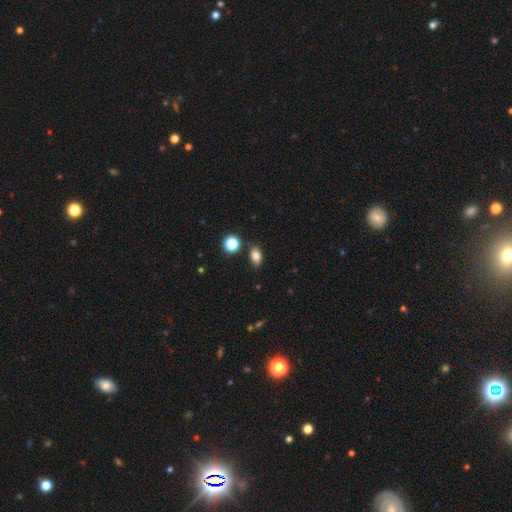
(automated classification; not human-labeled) A smooth galaxy with no disk features (82%) that is in between round and cigar-shaped (83%).

Vote fractions:
- Smooth or featured? smooth: 82% / star or artifact: 12% / featured or disk: 6%
- How rounded? in between: 83% / round: 15% / cigar-shaped: 2%
- Merging? none: 81% / minor disturbance: 11% / merger: 5% / major disturbance: 3%